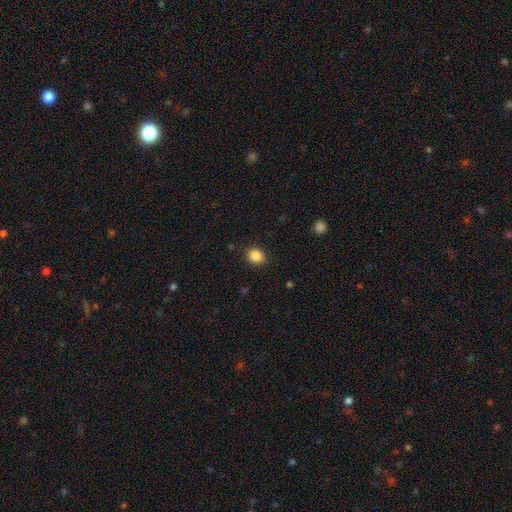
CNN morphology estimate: Overall: smooth (86%). How rounded: round (74%). Merging: none (89%).